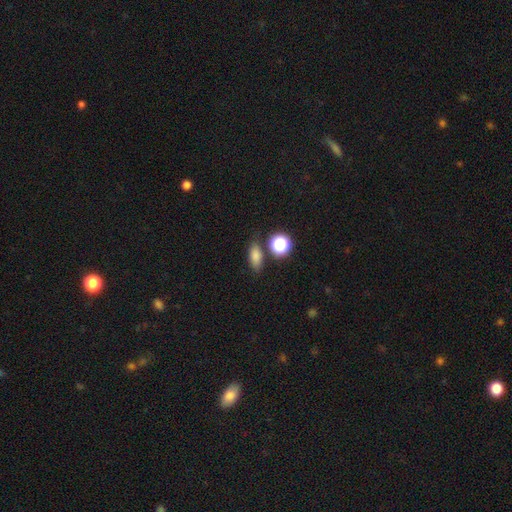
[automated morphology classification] Smooth or featured? Predicted: smooth (p=0.78). How rounded? Predicted: in between (p=0.70). Merging? Predicted: none (p=0.75).